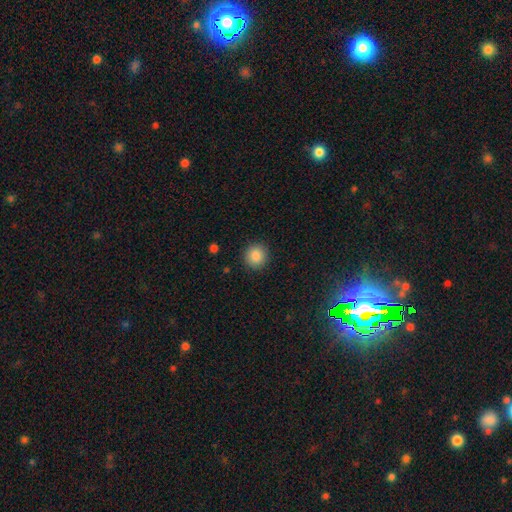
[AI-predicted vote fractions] smooth_or_featured: smooth (p=0.86) [alt: star or artifact p=0.09]
how_rounded: round (p=0.90) [alt: in between p=0.09]
merging: none (p=0.90) [alt: minor disturbance p=0.06]